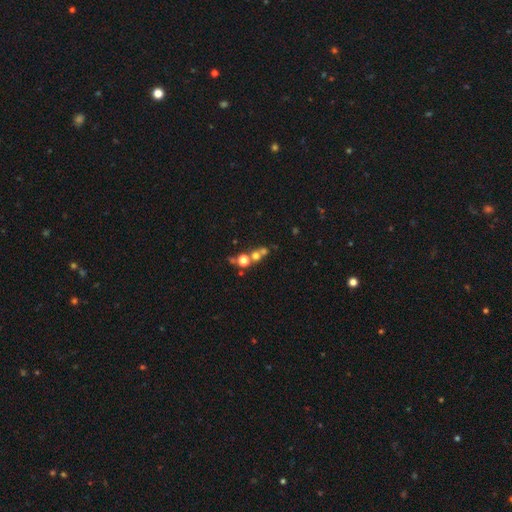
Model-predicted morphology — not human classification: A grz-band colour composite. It shows a smooth galaxy with no disk features (56%) that is round (84%). Merging: merger (46%).